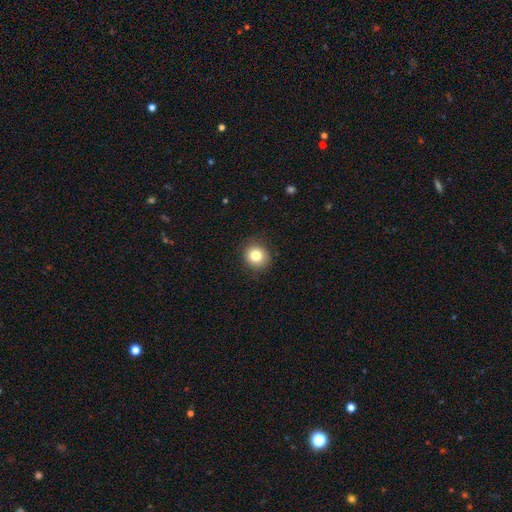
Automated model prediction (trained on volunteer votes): This is clearly a smooth galaxy (81%). How rounded: clearly round (89%). Merging: clearly none (90%).